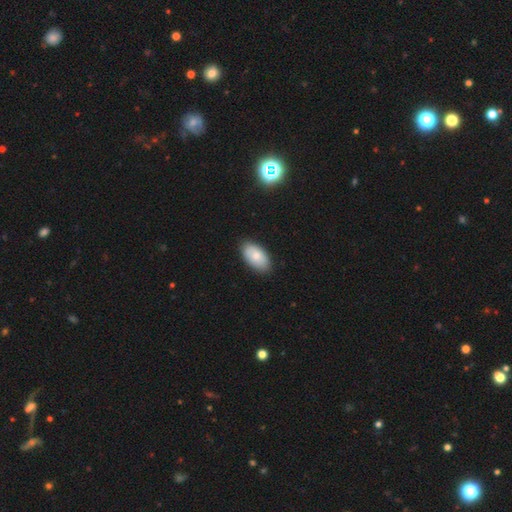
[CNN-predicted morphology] A smooth galaxy with no disk features (78%) that is in between round and cigar-shaped (95%).

Vote fractions:
- Smooth or featured? smooth: 78% / featured or disk: 16% / star or artifact: 6%
- How rounded? in between: 95% / round: 4% / cigar-shaped: 2%
- Merging? none: 86% / minor disturbance: 11% / major disturbance: 2% / merger: 1%